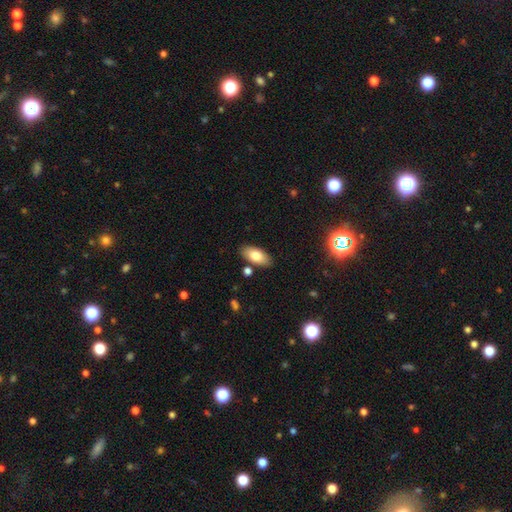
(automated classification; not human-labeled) Overall: smooth (79%). How rounded: in between (91%). Merging: none (84%).